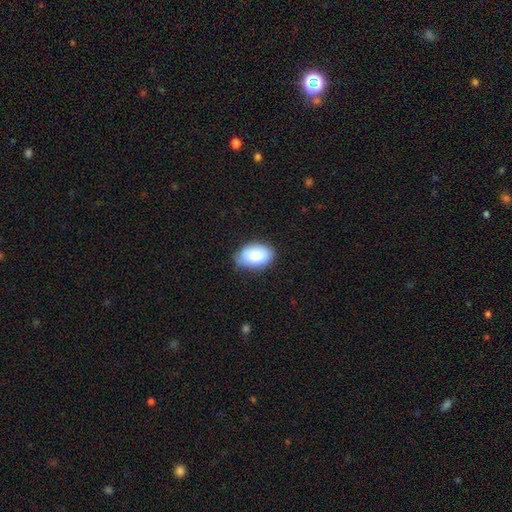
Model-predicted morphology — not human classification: Smooth or featured? smooth (86%)
How rounded? in between (91%)
Merging? none (70%)